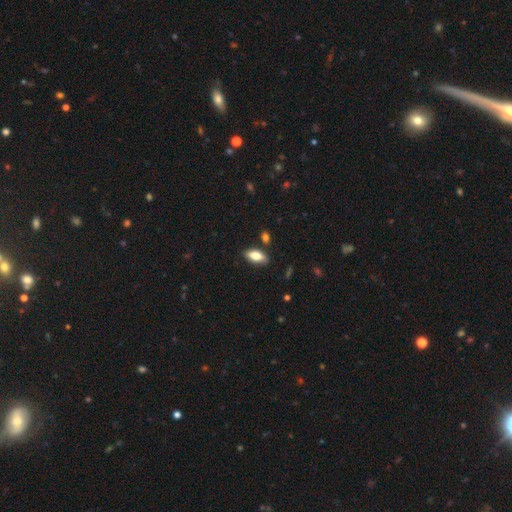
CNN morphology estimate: smooth_or_featured: smooth (p=0.80) [alt: featured or disk p=0.12]
how_rounded: in between (p=0.87) [alt: cigar-shaped p=0.10]
merging: none (p=0.81) [alt: minor disturbance p=0.13]